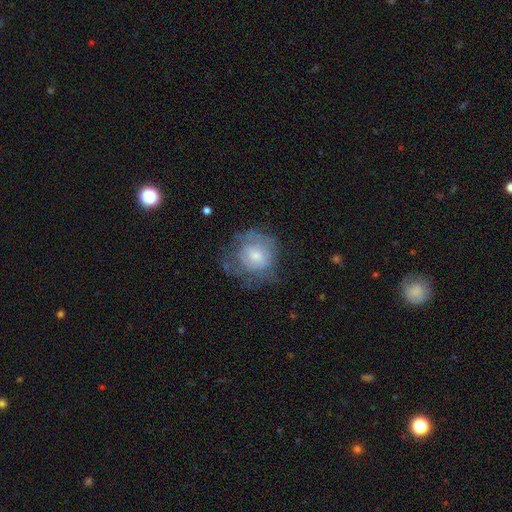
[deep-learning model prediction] smooth_or_featured: smooth (p=0.48) [alt: featured or disk p=0.43]
merging: none (p=0.44) [alt: major disturbance p=0.27]